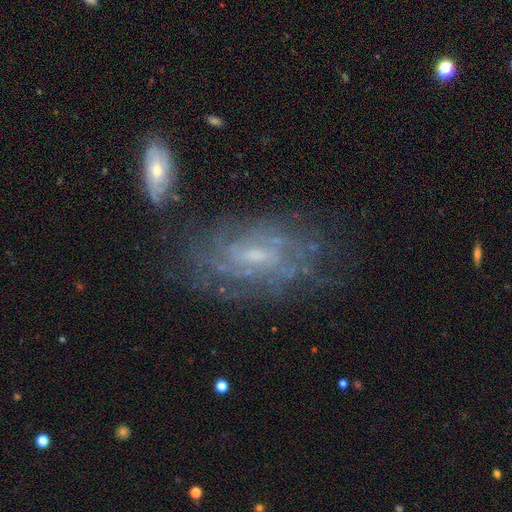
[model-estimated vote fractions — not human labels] featured or disk 80%, smooth 11%, star or artifact 8%. Down the decision tree: edge-on disk — no (95%); bar — weak (52%); spiral arms — yes (87%); spiral arm count — can't tell (55%); spiral winding — tight (60%); bulge size — small (52%); merging — none (66%).